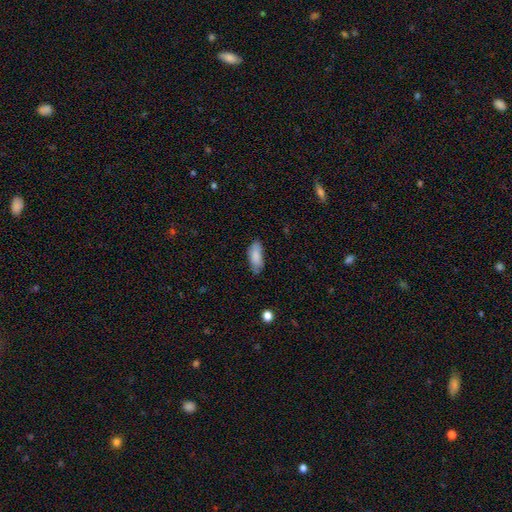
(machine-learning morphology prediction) Q: Smooth or featured?
A: smooth (86%); runner-up: featured or disk (8%)
Q: How rounded?
A: in between (80%); runner-up: cigar-shaped (19%)
Q: Merging?
A: none (72%); runner-up: minor disturbance (22%)